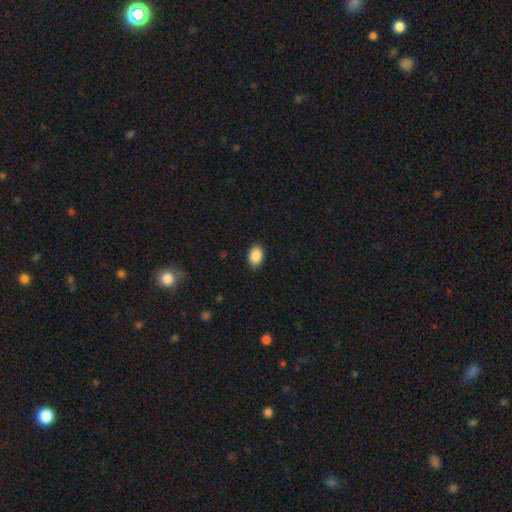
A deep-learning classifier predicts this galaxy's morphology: Q: Smooth or featured?
A: smooth (89%); runner-up: star or artifact (7%)
Q: How rounded?
A: in between (82%); runner-up: round (17%)
Q: Merging?
A: none (89%); runner-up: minor disturbance (8%)